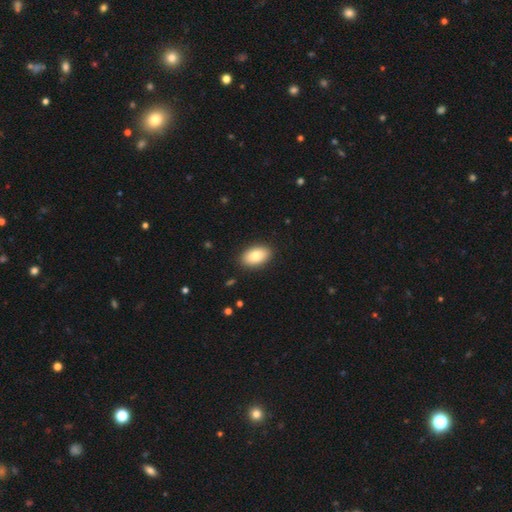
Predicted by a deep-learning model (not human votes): smooth-or-featured: smooth: 82% | featured or disk: 12% | star or artifact: 7%
  how-rounded: in between: 92% | round: 6% | cigar-shaped: 1%
  merging: none: 89% | minor disturbance: 8% | major disturbance: 2% | merger: 1%